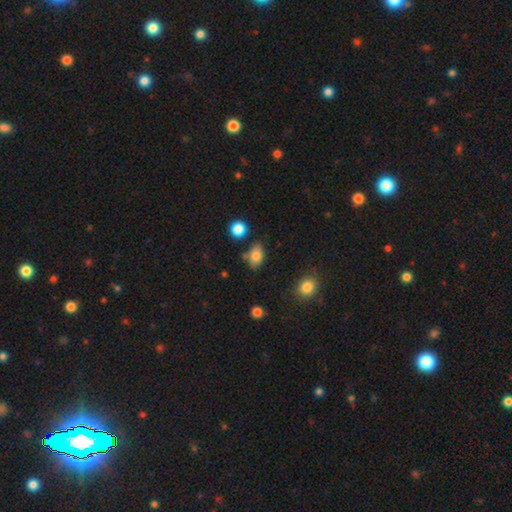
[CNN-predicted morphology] Smooth or featured?
  - smooth: 80% *
  - featured or disk: 10%
  - star or artifact: 10%
How rounded?
  - in between: 81% *
  - round: 17%
  - cigar-shaped: 2%
Merging?
  - none: 68% *
  - minor disturbance: 20%
  - merger: 7%
  - major disturbance: 5%